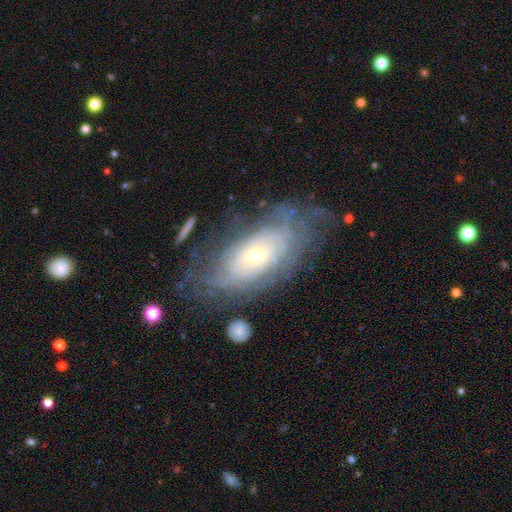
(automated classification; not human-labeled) Smooth or featured? Predicted: featured or disk (p=0.75). Edge-on disk? Predicted: no (p=0.90). Bar? Predicted: no (p=0.69). Spiral arms? Predicted: yes (p=0.81). Spiral winding? Predicted: tight (p=0.72). Spiral arm count? Predicted: can't tell (p=0.66). Bulge size? Predicted: small (p=0.70). Merging? Predicted: none (p=0.63).